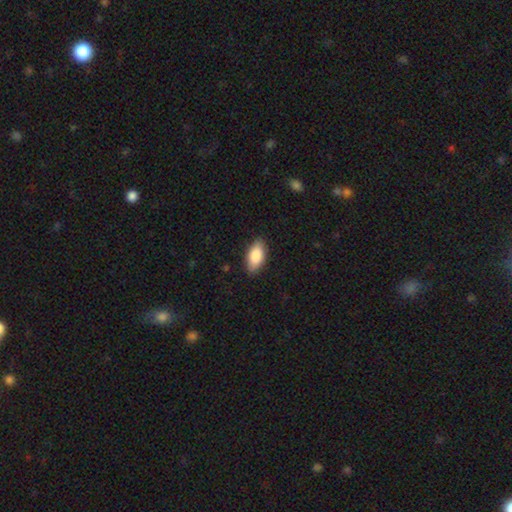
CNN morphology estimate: This appears to be a smooth galaxy with no disk features (84%) that is in between round and cigar-shaped (90%). Merging: none (87%).